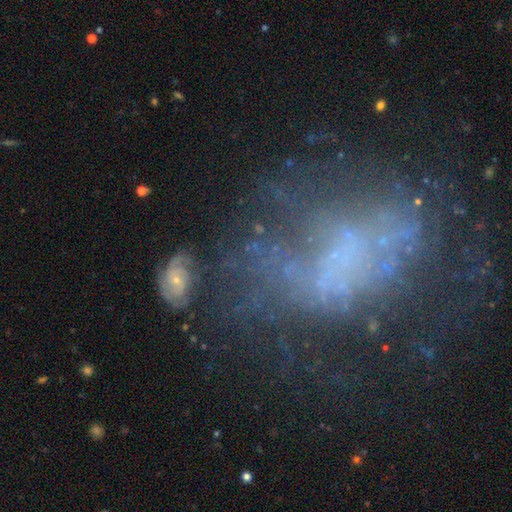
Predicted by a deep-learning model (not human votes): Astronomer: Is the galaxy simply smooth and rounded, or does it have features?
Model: featured or disk — 53%.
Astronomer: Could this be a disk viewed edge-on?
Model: no — 96%.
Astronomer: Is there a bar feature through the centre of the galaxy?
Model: no — 84%.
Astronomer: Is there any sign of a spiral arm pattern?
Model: no — 83%.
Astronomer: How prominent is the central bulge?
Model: none — 77%.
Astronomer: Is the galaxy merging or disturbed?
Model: major disturbance — 37%, tied with none at 37%.